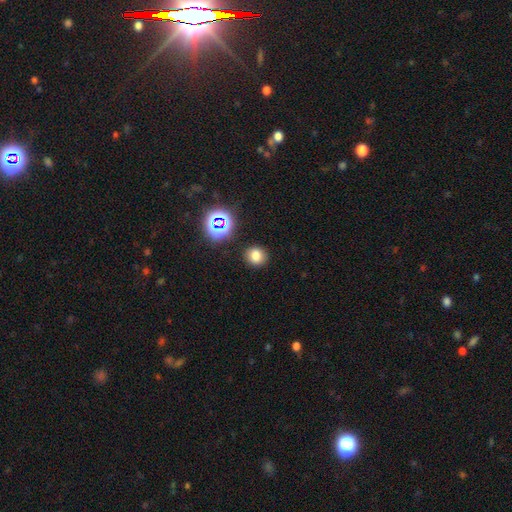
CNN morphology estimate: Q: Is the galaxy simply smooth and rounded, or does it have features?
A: smooth — 75%.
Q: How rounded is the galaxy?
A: round — 78%.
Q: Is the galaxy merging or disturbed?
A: none — 88%.